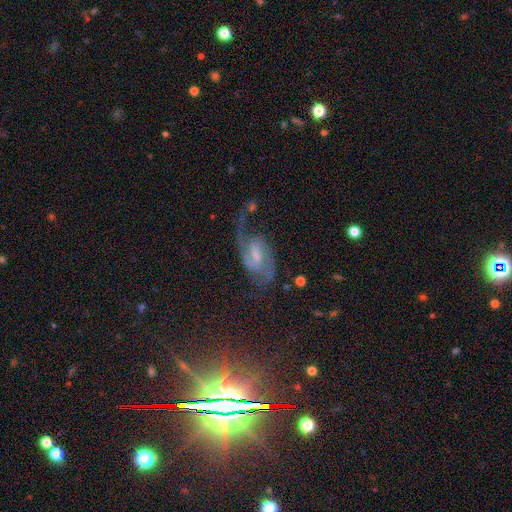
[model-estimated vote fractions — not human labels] smooth_or_featured: featured or disk (p=0.80) [alt: smooth p=0.10]
disk_edge_on: no (p=0.97) [alt: yes p=0.03]
bar: weak (p=0.57) [alt: no p=0.25]
has_spiral_arms: yes (p=0.95) [alt: no p=0.05]
spiral_winding: medium (p=0.49) [alt: loose p=0.30]
spiral_arm_count: 2 (p=0.84) [alt: 1 p=0.06]
bulge_size: small (p=0.40) [alt: moderate p=0.38]
merging: none (p=0.55) [alt: major disturbance p=0.21]